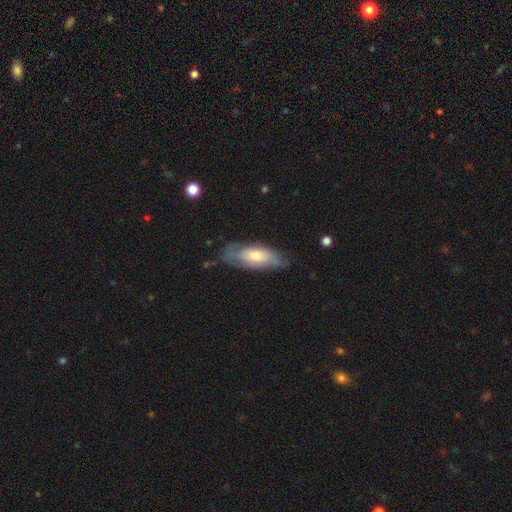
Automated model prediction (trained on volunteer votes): The model was most divided on "smooth or featured": smooth: 55%, featured or disk: 39%, star or artifact: 6%. More confident: how rounded — in between (75%); merging — none (62%).